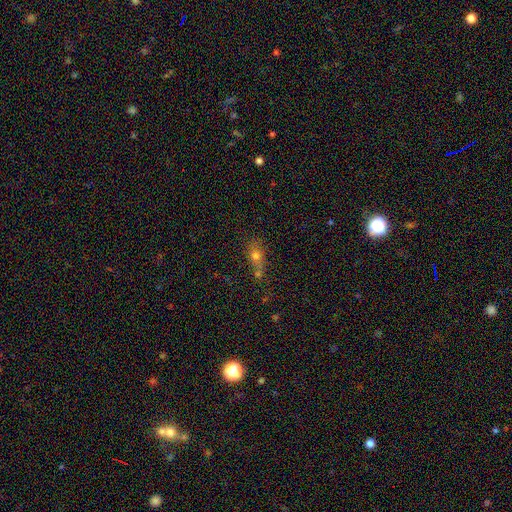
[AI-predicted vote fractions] Overall: smooth (68%). How rounded: in between (51%; round 43%). Merging: none (41%; merger 35%).